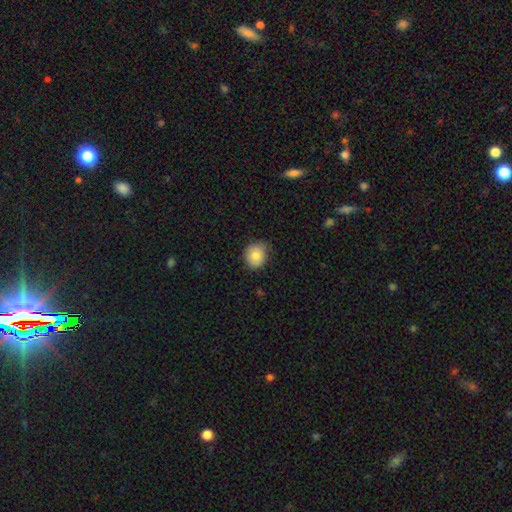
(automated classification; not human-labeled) This appears to be a smooth galaxy with no disk features (83%) that is round (71%). Merging: none (75%).